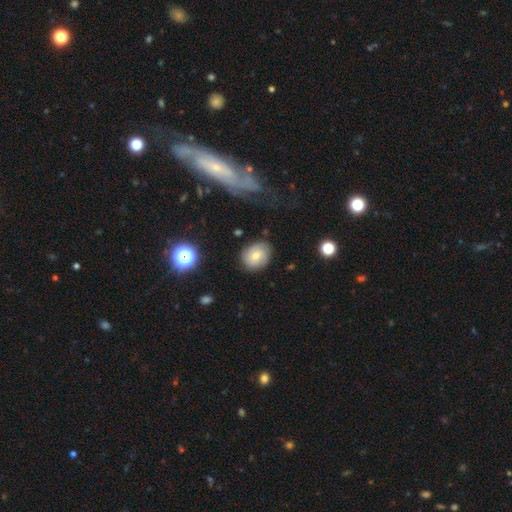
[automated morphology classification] Q: Smooth or featured?
A: smooth (55%); runner-up: featured or disk (34%)
Q: How rounded?
A: round (59%); runner-up: in between (40%)
Q: Merging?
A: none (77%); runner-up: minor disturbance (17%)